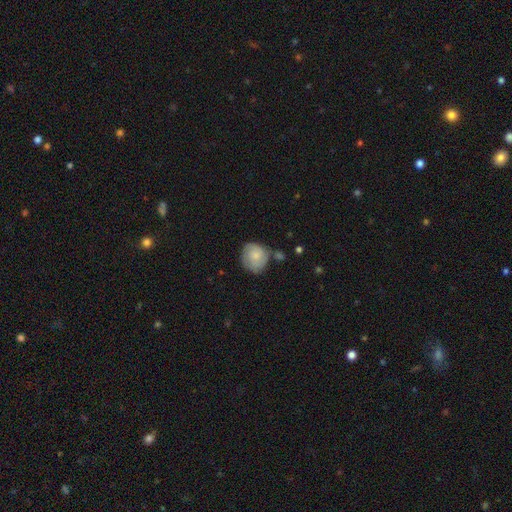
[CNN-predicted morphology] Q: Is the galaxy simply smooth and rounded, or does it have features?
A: smooth — 71%.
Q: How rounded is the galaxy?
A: round — 78%.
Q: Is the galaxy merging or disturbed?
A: none — 56%.